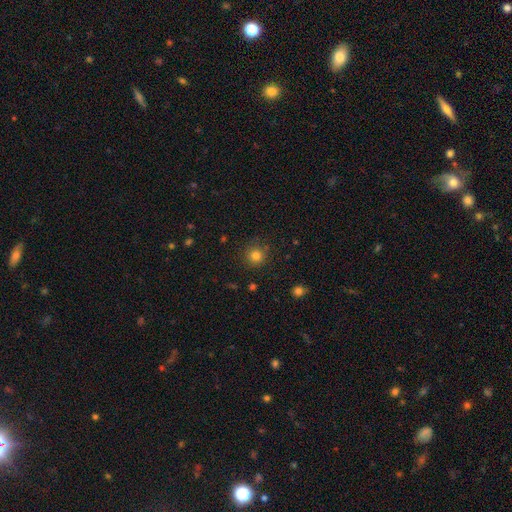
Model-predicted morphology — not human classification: Smooth or featured? smooth (81%)
How rounded? round (93%)
Merging? none (86%)